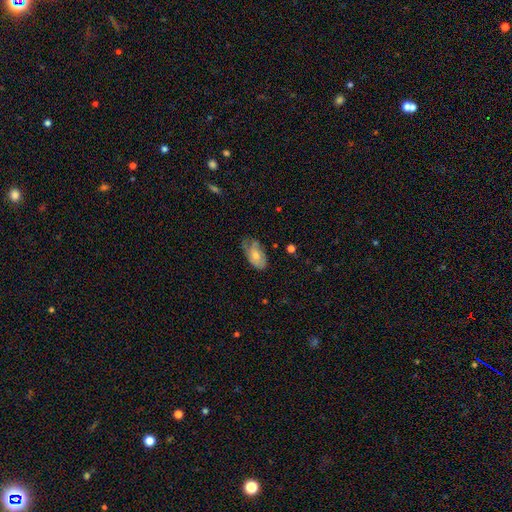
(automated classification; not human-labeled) Smooth or featured? smooth (54%)
How rounded? in between (91%)
Merging? none (46%)